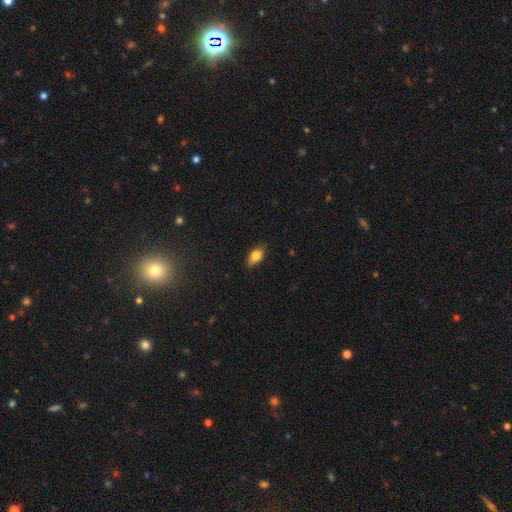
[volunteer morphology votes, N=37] Q: Smooth or featured?
A: smooth (92%); runner-up: featured or disk (5%)
Q: How rounded?
A: in between (82%); runner-up: round (15%)
Q: Merging?
A: none (75%); runner-up: minor disturbance (19%)